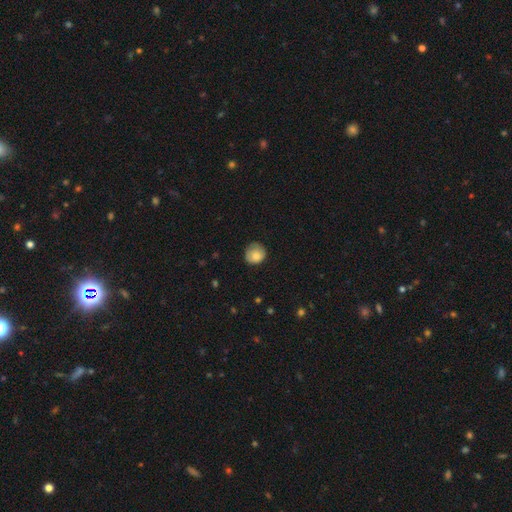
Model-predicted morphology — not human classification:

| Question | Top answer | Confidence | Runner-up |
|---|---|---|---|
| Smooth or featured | smooth | 81% | featured or disk (11%) |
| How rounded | round | 86% | in between (13%) |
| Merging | none | 70% | minor disturbance (24%) |